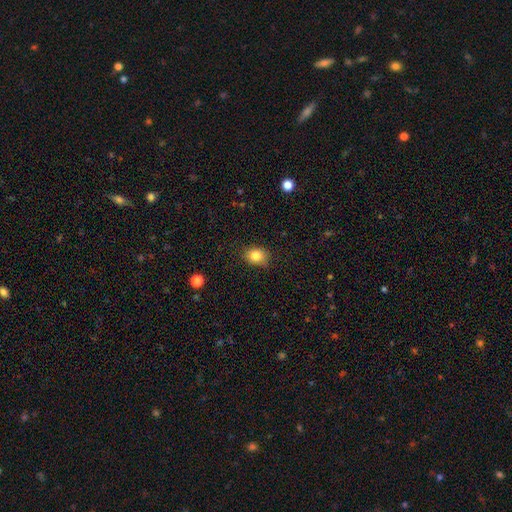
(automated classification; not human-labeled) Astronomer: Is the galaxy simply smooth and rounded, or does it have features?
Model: smooth — 83%.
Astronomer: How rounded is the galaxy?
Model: round — 53% (runner-up: in between, 46%).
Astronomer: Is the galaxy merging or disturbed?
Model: none — 80%.